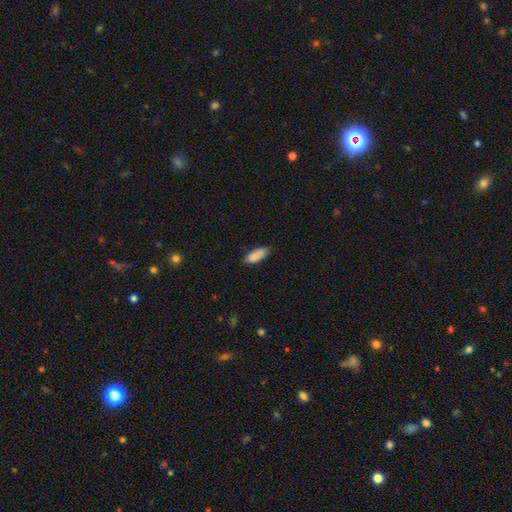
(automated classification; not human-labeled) A smooth galaxy with no disk features (89%) that is in between round and cigar-shaped (75%). Merging: none (80%).